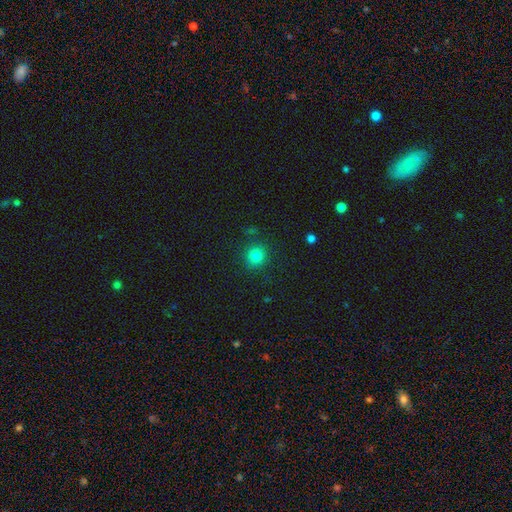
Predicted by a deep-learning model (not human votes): Overall: smooth (81%). How rounded: round (90%). Merging: none (88%).